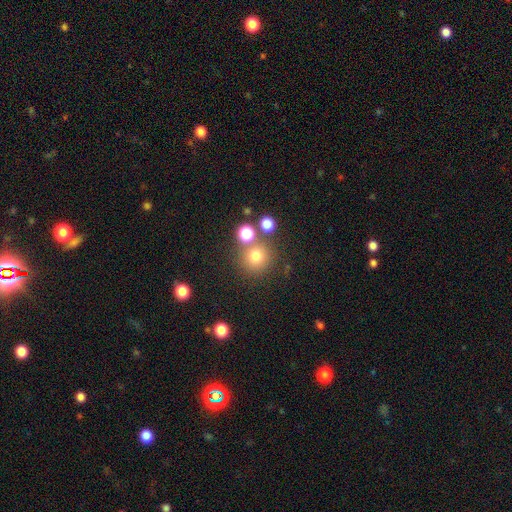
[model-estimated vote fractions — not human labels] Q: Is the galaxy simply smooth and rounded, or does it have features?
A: smooth — 74%.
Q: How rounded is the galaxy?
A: round — 92%.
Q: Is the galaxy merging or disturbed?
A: none — 72%.